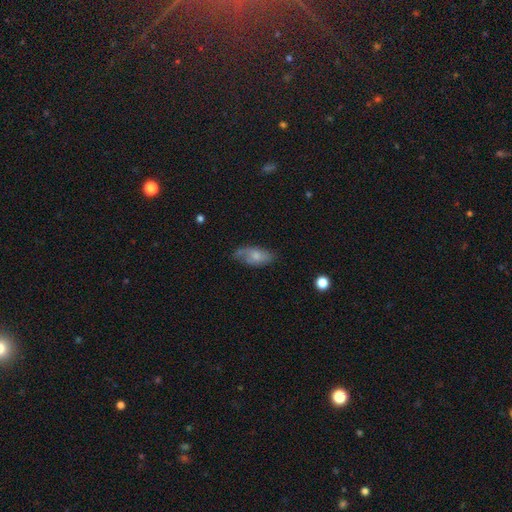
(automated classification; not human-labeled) Q: Smooth or featured?
A: smooth (61%); runner-up: featured or disk (31%)
Q: How rounded?
A: in between (88%); runner-up: cigar-shaped (8%)
Q: Merging?
A: none (59%); runner-up: minor disturbance (29%)